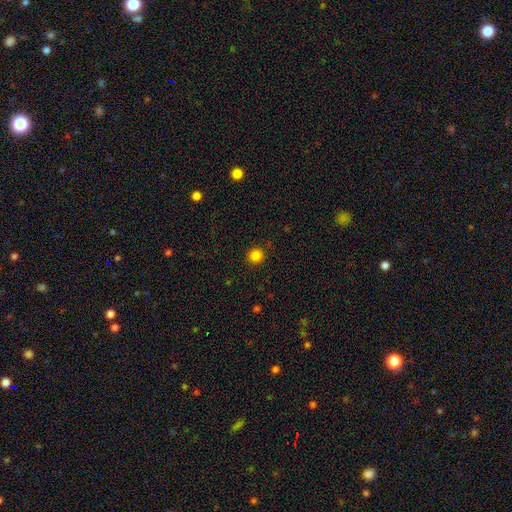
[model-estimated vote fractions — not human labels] Smooth or featured? Predicted: smooth (p=0.84). How rounded? Predicted: round (p=0.92). Merging? Predicted: none (p=0.90).